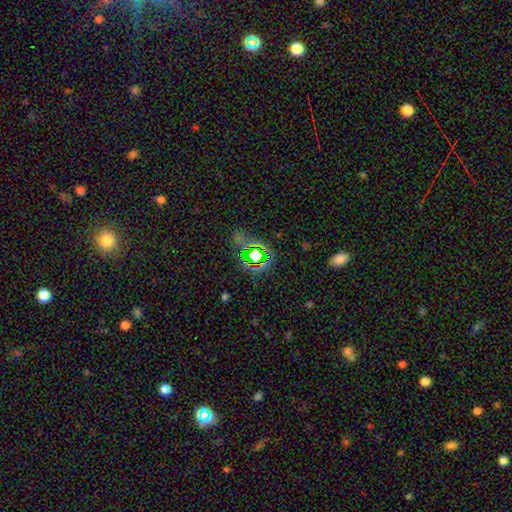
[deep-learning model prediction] Overall: star or artifact (66%).